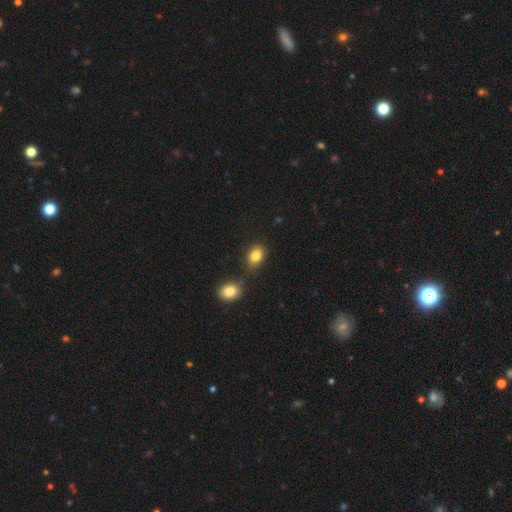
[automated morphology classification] Smooth or featured? smooth (84%)
How rounded? in between (69%)
Merging? none (67%)